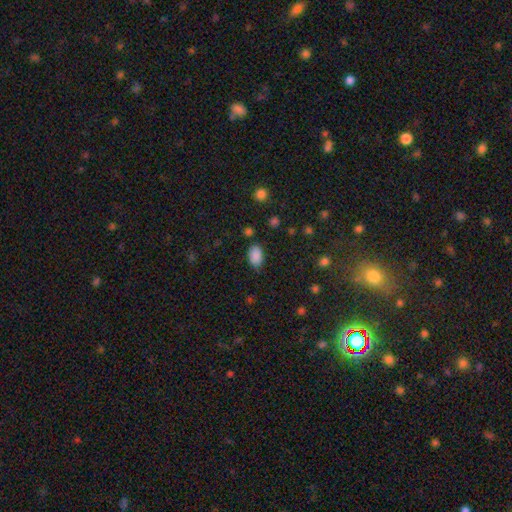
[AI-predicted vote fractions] Q: Smooth or featured?
A: smooth (87%); runner-up: star or artifact (9%)
Q: How rounded?
A: in between (88%); runner-up: round (11%)
Q: Merging?
A: none (80%); runner-up: minor disturbance (14%)